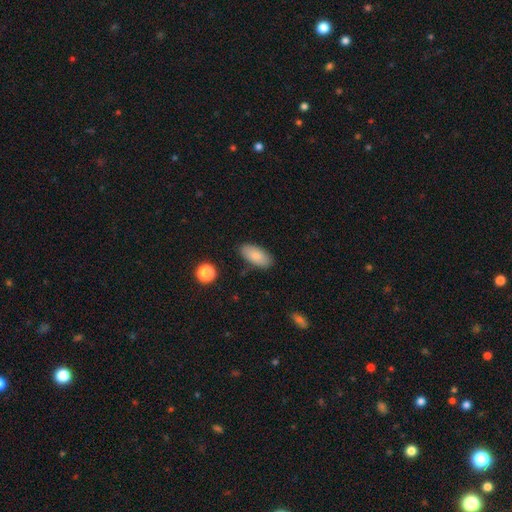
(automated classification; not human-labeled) smooth-or-featured: smooth: 83% | featured or disk: 10% | star or artifact: 7%
  how-rounded: in between: 90% | cigar-shaped: 7% | round: 3%
  merging: none: 85% | minor disturbance: 11% | major disturbance: 2% | merger: 2%